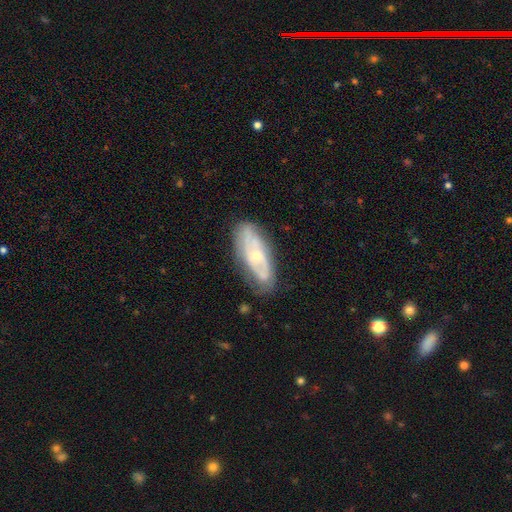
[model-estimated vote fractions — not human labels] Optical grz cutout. It shows a featured or disk galaxy (70%) with no bar (71%), spiral arms (71%) and a small central bulge (56%). Merging: none (70%).